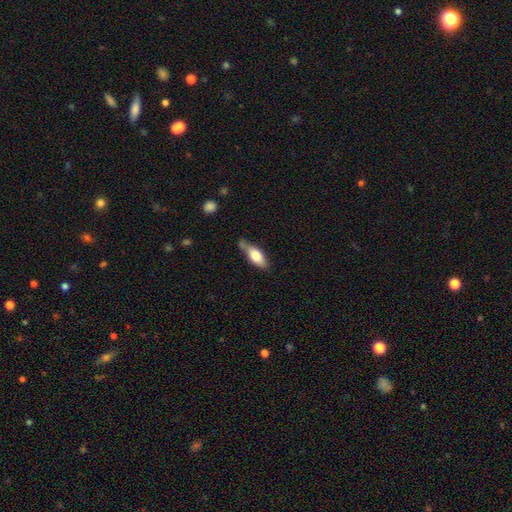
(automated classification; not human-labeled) smooth-or-featured: smooth: 69% | featured or disk: 24% | star or artifact: 6%
  how-rounded: in between: 72% | cigar-shaped: 25% | round: 3%
  merging: none: 53% | minor disturbance: 29% | merger: 11% | major disturbance: 7%